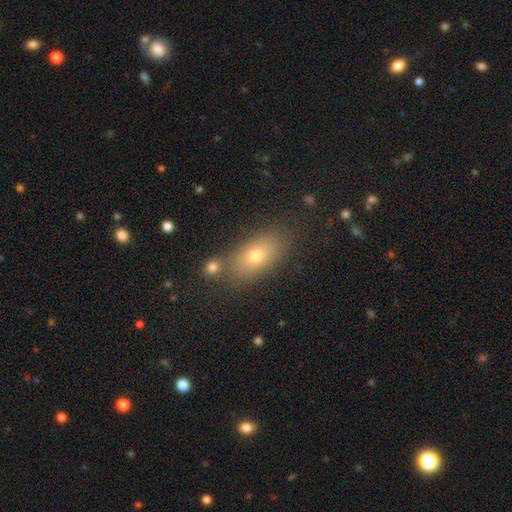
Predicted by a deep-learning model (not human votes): smooth_or_featured: smooth (p=0.69) [alt: featured or disk p=0.17]
how_rounded: in between (p=0.81) [alt: round p=0.11]
merging: none (p=0.78) [alt: minor disturbance p=0.11]